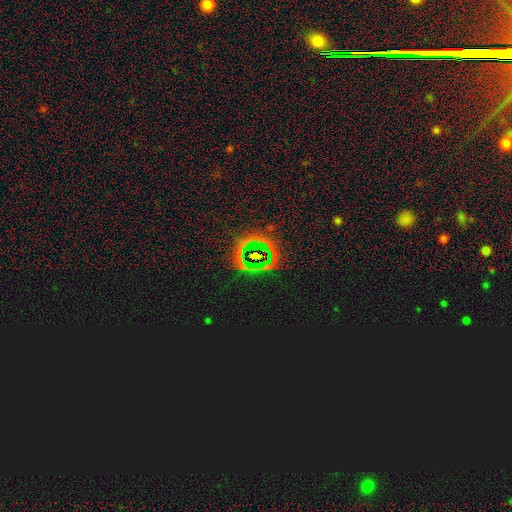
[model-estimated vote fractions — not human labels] A star or artifact, not a galaxy (74%).

Vote fractions:
- Smooth or featured? star or artifact: 74% / smooth: 13% / featured or disk: 12%